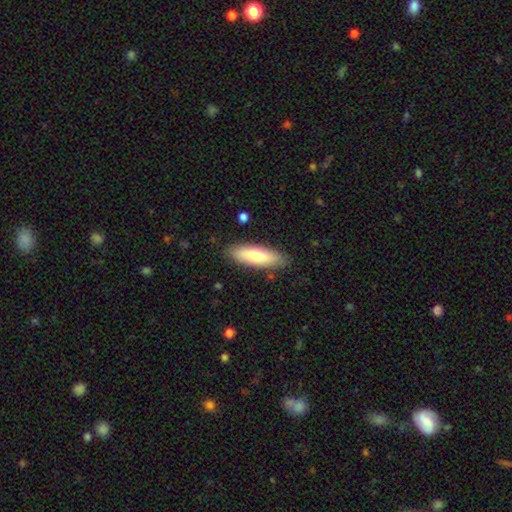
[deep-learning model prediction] Smooth or featured?
  - smooth: 72% *
  - featured or disk: 22%
  - star or artifact: 6%
How rounded?
  - cigar-shaped: 49% * (tied)
  - in between: 49% * (tied)
  - round: 2%
Merging?
  - none: 86% *
  - minor disturbance: 11%
  - major disturbance: 2%
  - merger: 1%